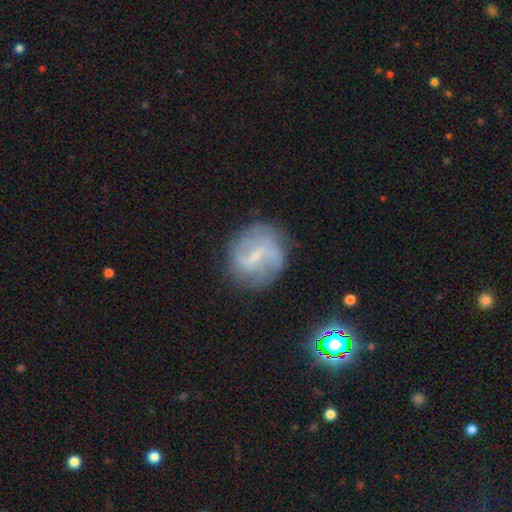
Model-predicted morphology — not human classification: smooth-or-featured: featured or disk: 64% | smooth: 25% | star or artifact: 10%
  disk-edge-on: no: 96% | yes: 4%
    bar: weak: 54% | strong: 28% | no: 18%
    has-spiral-arms: yes: 79% | no: 21%
    bulge-size: small: 54% | none: 26% | moderate: 18% | large: 2% | dominant: 1%
  merging: none: 72% | minor disturbance: 17% | major disturbance: 8% | merger: 2%